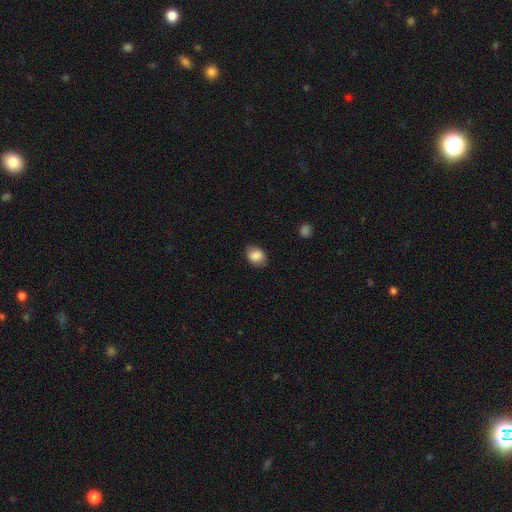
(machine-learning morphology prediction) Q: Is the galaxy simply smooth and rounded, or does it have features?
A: smooth — 87%.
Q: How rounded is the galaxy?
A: in between — 67%.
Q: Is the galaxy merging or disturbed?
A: none — 82%.